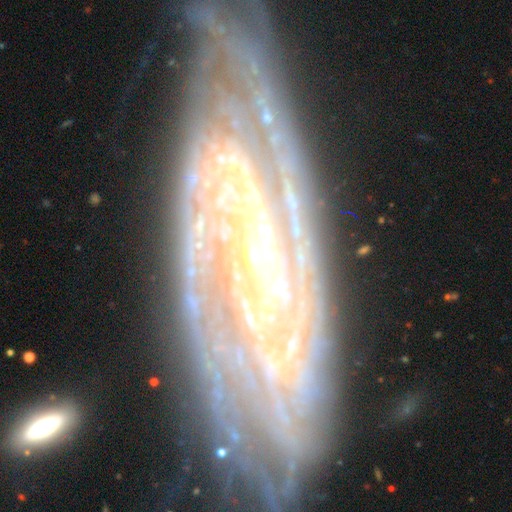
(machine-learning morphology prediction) Smooth or featured: featured or disk — 88% (star or artifact — 7%)
Edge-on disk: no — 84% (yes — 16%)
Bar: no — 50% (weak — 33%)
Spiral arms: yes — 96% (no — 4%)
Spiral winding: tight — 69% (medium — 25%)
Spiral arm count: 2 — 32% (can't tell — 30%)
Bulge size: small — 60% (moderate — 32%)
Merging: none — 74% (minor disturbance — 18%)